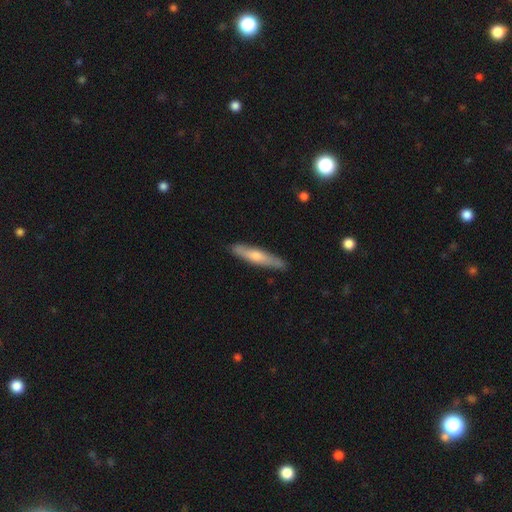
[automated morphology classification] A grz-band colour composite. It shows a featured or disk galaxy (48%). Merging: none (87%).